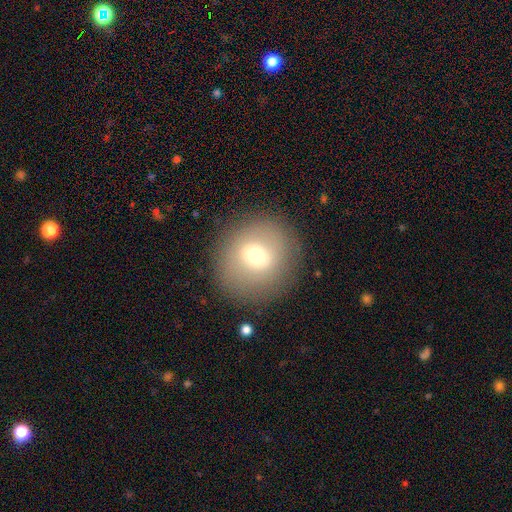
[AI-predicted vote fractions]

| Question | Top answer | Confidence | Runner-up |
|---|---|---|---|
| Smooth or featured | smooth | 62% | featured or disk (25%) |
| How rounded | round | 86% | in between (13%) |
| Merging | none | 86% | minor disturbance (8%) |